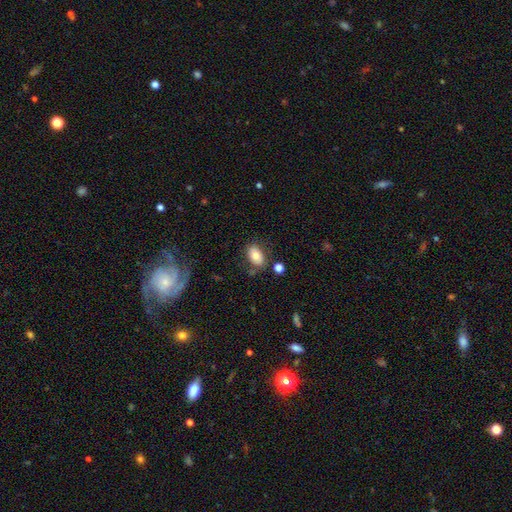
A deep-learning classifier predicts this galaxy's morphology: Smooth or featured? Predicted: smooth (p=0.77). How rounded? Predicted: in between (p=0.88). Merging? Predicted: none (p=0.74).